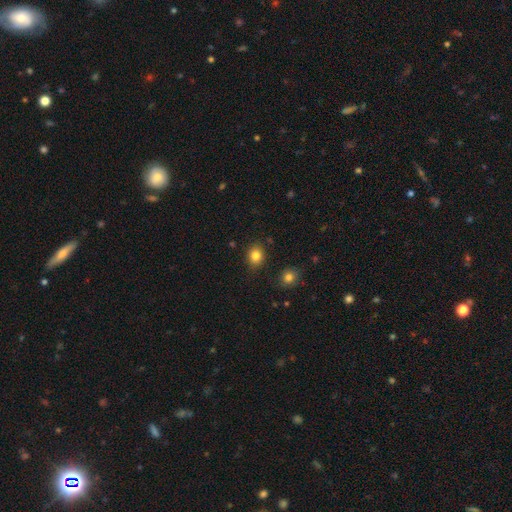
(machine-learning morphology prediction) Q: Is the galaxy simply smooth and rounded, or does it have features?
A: smooth — 83%.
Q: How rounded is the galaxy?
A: round — 59%.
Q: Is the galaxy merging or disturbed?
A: none — 86%.